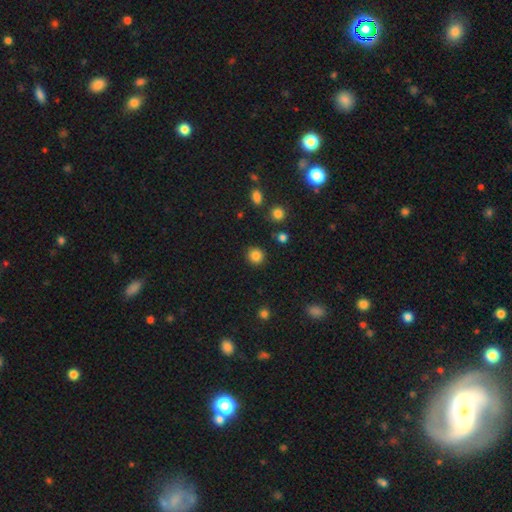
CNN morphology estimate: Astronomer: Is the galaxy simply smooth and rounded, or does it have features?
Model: smooth — 85%.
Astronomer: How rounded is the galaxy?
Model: round — 92%.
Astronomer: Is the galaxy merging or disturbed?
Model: none — 90%.